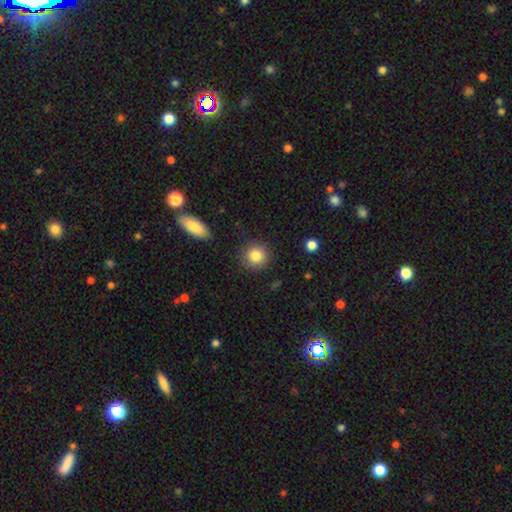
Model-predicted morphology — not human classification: type=smooth (84%); roundness=round (91%); merging=none (88%).